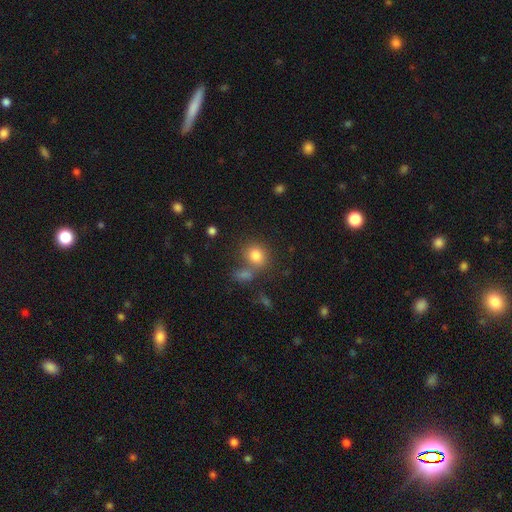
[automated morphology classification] type=smooth (81%); roundness=round (73%); merging=none (58%).